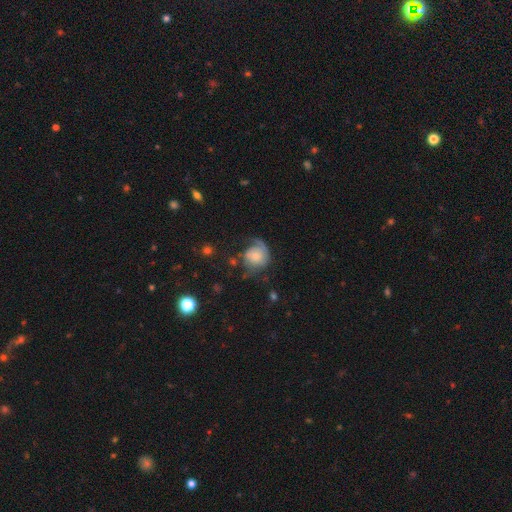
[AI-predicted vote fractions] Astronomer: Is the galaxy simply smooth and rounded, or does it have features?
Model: featured or disk — 52% (runner-up: smooth, 40%).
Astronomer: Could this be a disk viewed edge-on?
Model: no — 97%.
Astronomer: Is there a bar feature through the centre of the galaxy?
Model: no — 76%.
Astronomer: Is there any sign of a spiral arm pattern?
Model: yes — 82%.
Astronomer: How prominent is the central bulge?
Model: small — 47% (runner-up: moderate, 34%).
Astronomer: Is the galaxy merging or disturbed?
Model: none — 41% (runner-up: major disturbance, 31%).